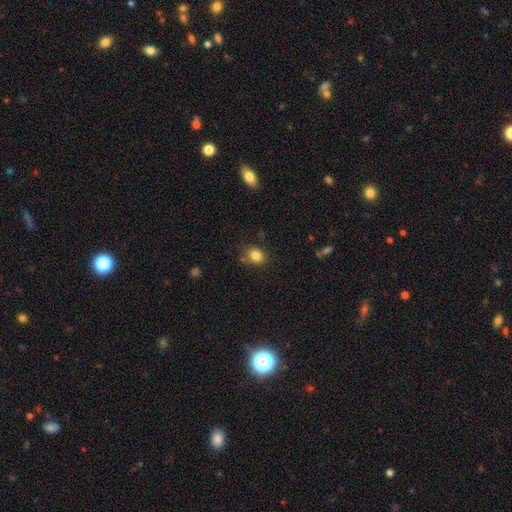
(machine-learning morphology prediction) smooth_or_featured: smooth (p=0.83) [alt: star or artifact p=0.11]
how_rounded: round (p=0.55) [alt: in between p=0.44]
merging: none (p=0.77) [alt: minor disturbance p=0.16]